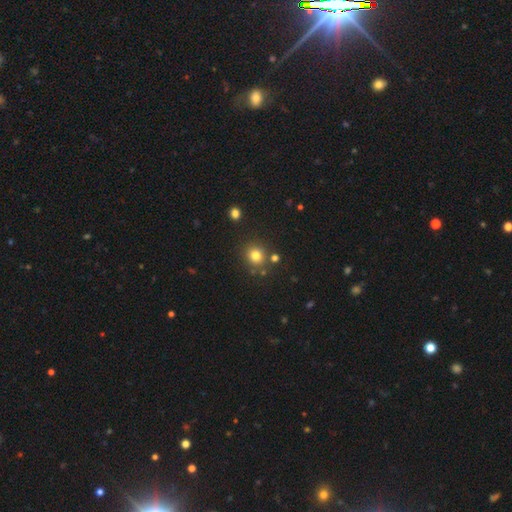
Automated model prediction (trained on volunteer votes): Overall: smooth (78%). How rounded: round (89%). Merging: none (82%).